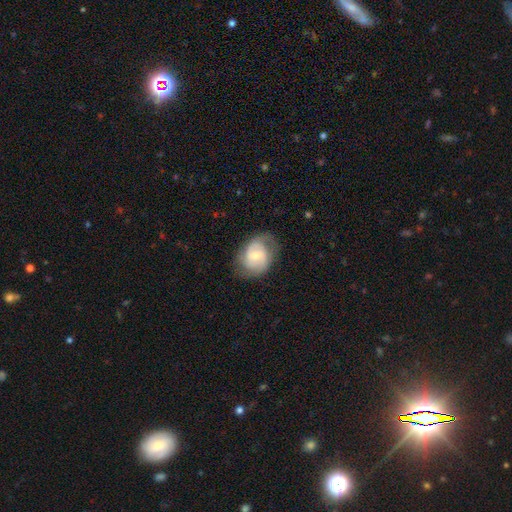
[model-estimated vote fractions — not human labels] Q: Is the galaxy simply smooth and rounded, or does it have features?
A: featured or disk — 63%.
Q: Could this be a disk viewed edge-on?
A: no — 97%.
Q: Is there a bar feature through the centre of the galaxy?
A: weak — 46%.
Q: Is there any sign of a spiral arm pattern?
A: yes — 89%.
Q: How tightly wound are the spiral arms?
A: medium — 45%.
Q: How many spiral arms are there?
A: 2 — 73%.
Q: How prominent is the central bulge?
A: small — 46%.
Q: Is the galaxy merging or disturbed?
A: none — 67%.